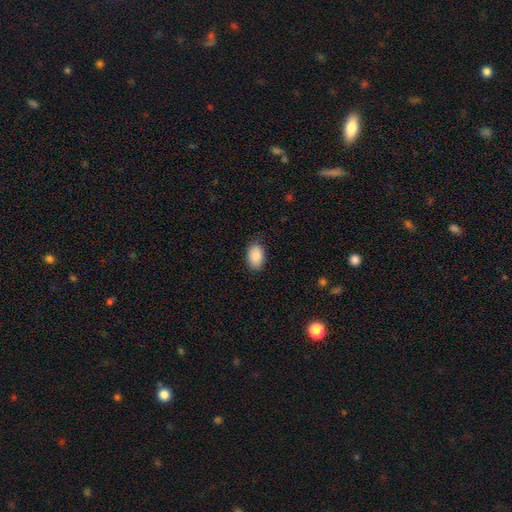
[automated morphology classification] smooth 90%, star or artifact 7%, featured or disk 4%. Down the decision tree: how rounded — in between (89%); merging — none (85%).